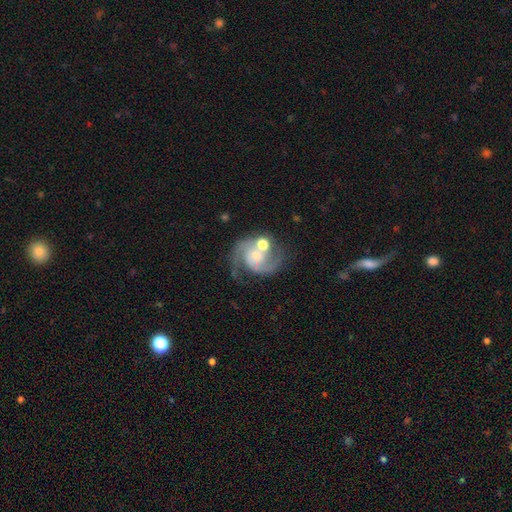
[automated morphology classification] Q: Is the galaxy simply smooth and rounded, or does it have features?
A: featured or disk — 87%.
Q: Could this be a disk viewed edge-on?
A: no — 98%.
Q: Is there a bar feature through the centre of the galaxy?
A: no — 62%.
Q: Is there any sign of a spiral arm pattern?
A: yes — 97%.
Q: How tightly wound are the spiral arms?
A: medium — 57%.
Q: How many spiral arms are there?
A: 2 — 89%.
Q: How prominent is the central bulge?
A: small — 43%.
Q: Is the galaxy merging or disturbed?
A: none — 52%.